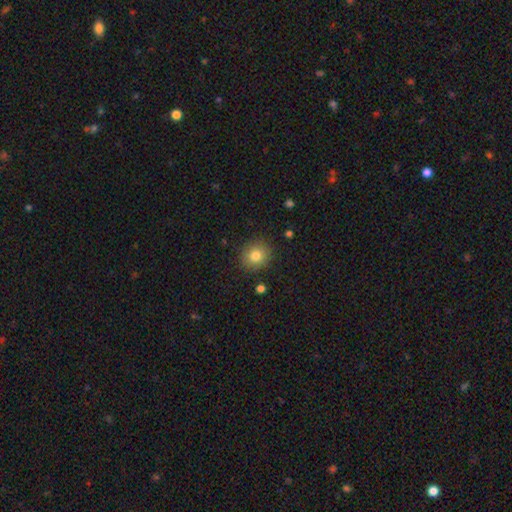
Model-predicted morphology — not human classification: Smooth or featured?
  - smooth: 80% *
  - star or artifact: 11%
  - featured or disk: 9%
How rounded?
  - round: 77% *
  - in between: 22%
  - cigar-shaped: 1%
Merging?
  - none: 88% *
  - minor disturbance: 8%
  - major disturbance: 2%
  - merger: 1%